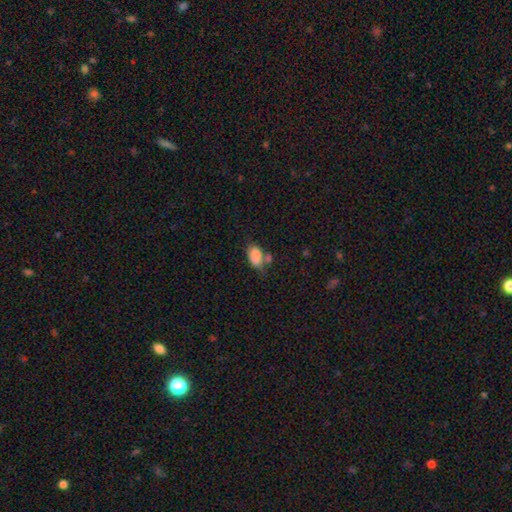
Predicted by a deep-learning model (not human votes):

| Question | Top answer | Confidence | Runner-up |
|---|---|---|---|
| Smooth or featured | smooth | 84% | star or artifact (9%) |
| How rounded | in between | 91% | round (7%) |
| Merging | none | 43% | merger (26%) |